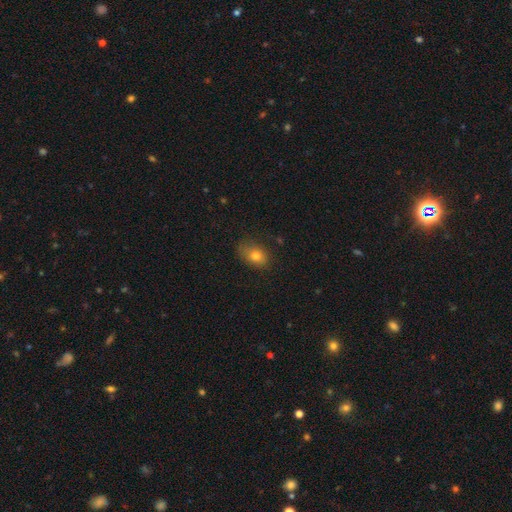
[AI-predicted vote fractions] Overall: smooth (78%). How rounded: in between (72%). Merging: none (70%).